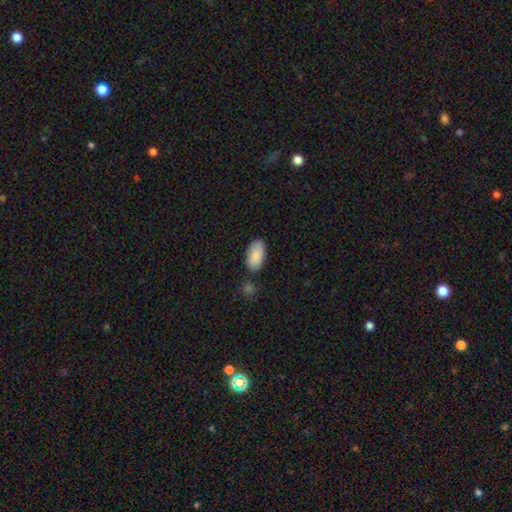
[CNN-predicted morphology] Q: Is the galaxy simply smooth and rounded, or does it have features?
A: smooth — 87%.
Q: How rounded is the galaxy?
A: in between — 94%.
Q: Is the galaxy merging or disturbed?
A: none — 74%.